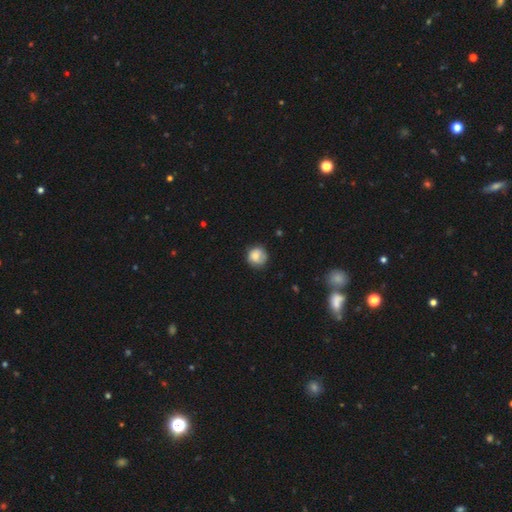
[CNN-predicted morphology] smooth 77%, featured or disk 14%, star or artifact 9%. Down the decision tree: how rounded — round (88%); merging — none (71%).